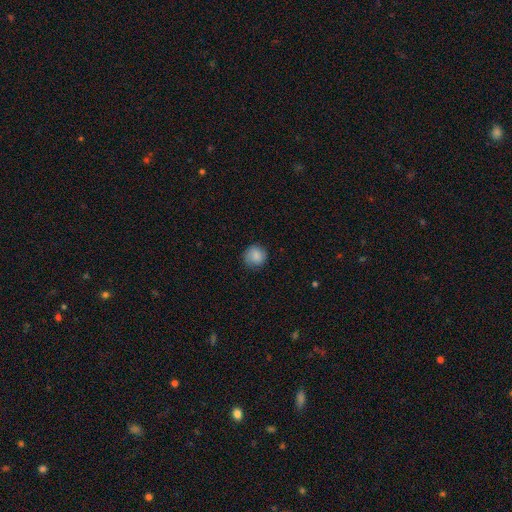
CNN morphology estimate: Q: Smooth or featured?
A: smooth (86%); runner-up: star or artifact (8%)
Q: How rounded?
A: round (91%); runner-up: in between (8%)
Q: Merging?
A: none (84%); runner-up: minor disturbance (12%)